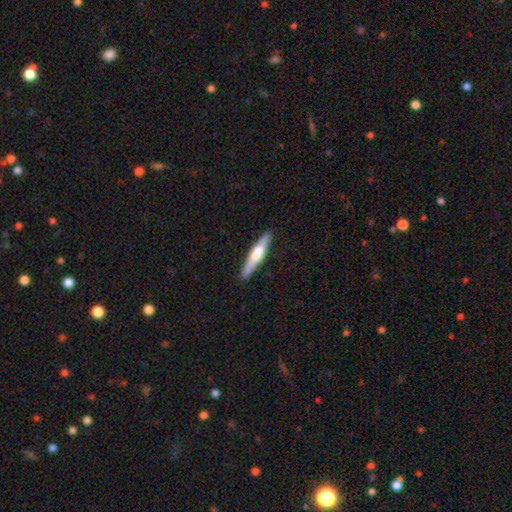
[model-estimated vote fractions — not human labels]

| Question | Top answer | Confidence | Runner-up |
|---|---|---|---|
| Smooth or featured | featured or disk | 54% | smooth (41%) |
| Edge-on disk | yes | 96% | no (4%) |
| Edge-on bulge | rounded | 79% | boxy (13%) |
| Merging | none | 90% | minor disturbance (7%) |